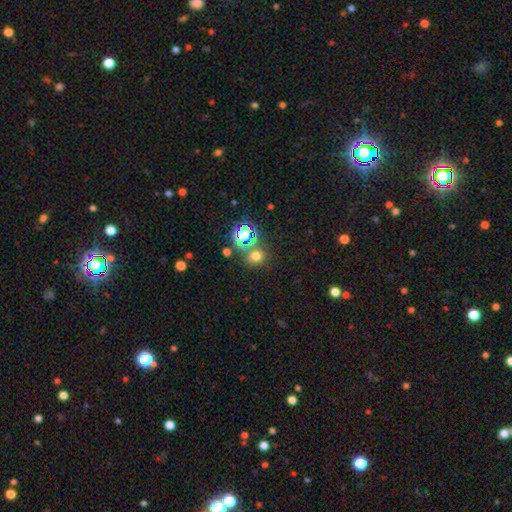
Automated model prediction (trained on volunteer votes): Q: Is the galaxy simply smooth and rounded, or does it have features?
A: smooth — 62%.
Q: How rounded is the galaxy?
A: round — 81%.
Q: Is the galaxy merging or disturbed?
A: none — 72%.